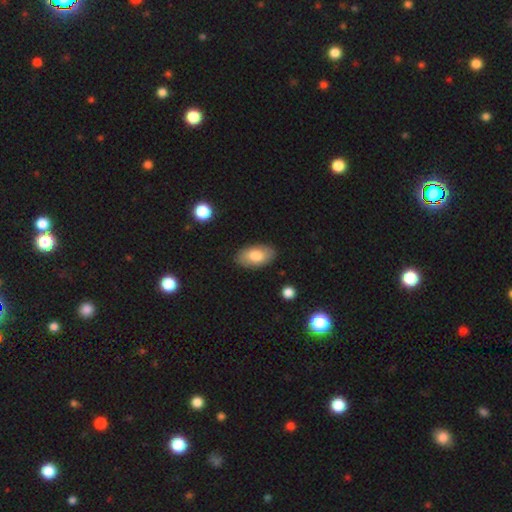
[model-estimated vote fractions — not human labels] Smooth or featured: smooth — 78% (featured or disk — 16%)
How rounded: in between — 94% (round — 4%)
Merging: none — 86% (minor disturbance — 10%)